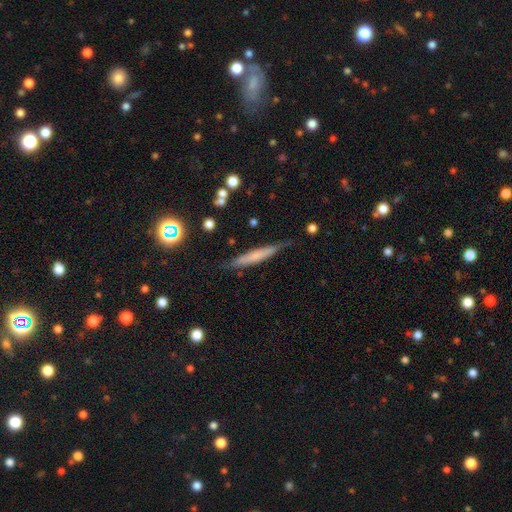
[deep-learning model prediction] A smooth galaxy with no disk features (53%) that is cigar-shaped (92%).

Vote fractions:
- Smooth or featured? smooth: 53% / featured or disk: 39% / star or artifact: 8%
- How rounded? cigar-shaped: 92% / in between: 6% / round: 2%
- Merging? none: 75% / minor disturbance: 19% / major disturbance: 4% / merger: 2%